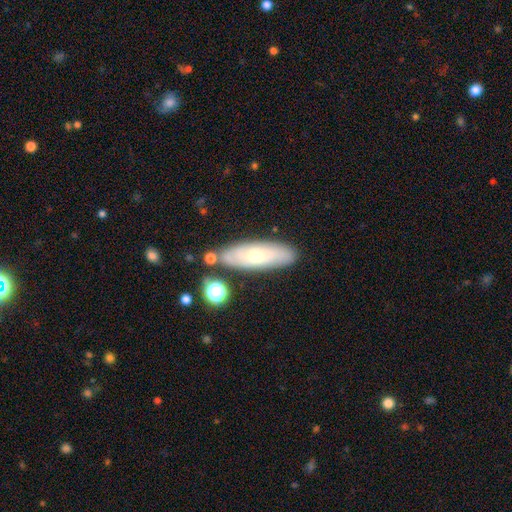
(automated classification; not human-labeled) Smooth or featured: smooth — 49% (featured or disk — 44%)
Merging: none — 78% (minor disturbance — 13%)